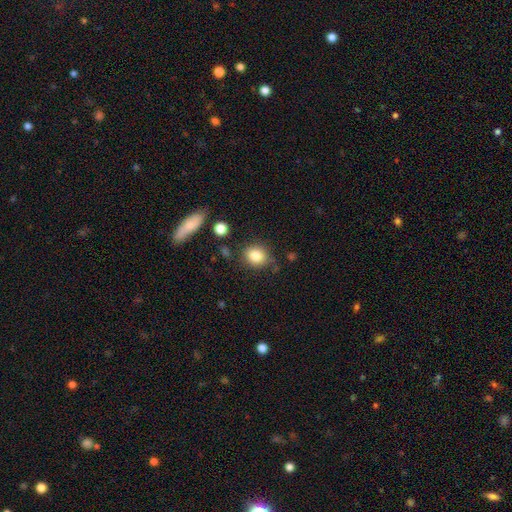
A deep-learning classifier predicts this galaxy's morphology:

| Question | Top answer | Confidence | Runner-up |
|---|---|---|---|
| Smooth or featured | smooth | 83% | star or artifact (10%) |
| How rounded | round | 67% | in between (32%) |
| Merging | none | 77% | minor disturbance (15%) |